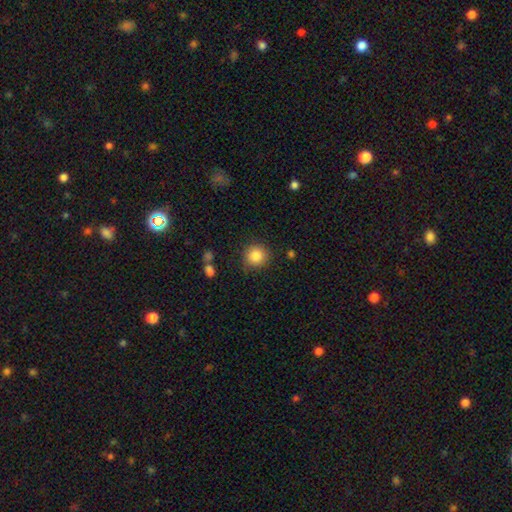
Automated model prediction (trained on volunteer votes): Q: Smooth or featured?
A: smooth (86%); runner-up: star or artifact (10%)
Q: How rounded?
A: round (91%); runner-up: in between (8%)
Q: Merging?
A: none (84%); runner-up: minor disturbance (11%)